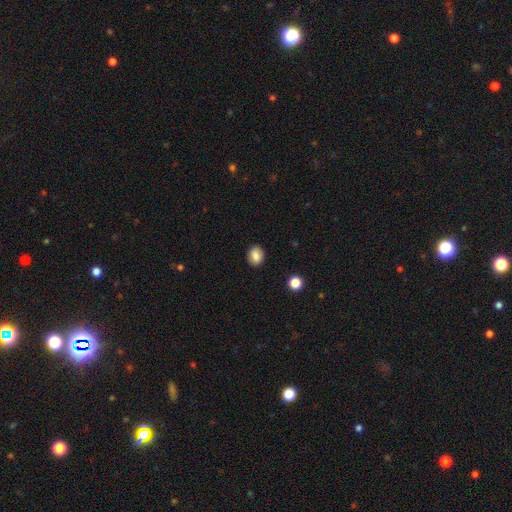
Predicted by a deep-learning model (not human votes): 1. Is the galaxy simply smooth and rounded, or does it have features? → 84% smooth, 9% star or artifact, 7% featured or disk.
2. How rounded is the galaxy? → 50% round, 49% in between, 1% cigar-shaped.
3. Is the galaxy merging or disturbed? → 89% none, 8% minor disturbance, 2% major disturbance, 1% merger.